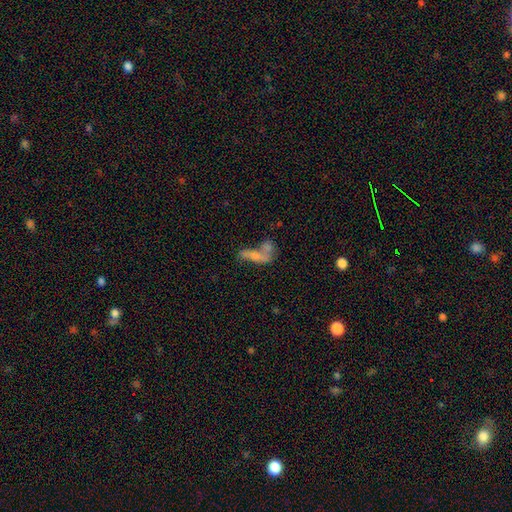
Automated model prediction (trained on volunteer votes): The model was most divided on "how rounded": in between: 54%, cigar-shaped: 39%, round: 6%. More confident: smooth or featured — smooth (53%); merging — merger (52%).